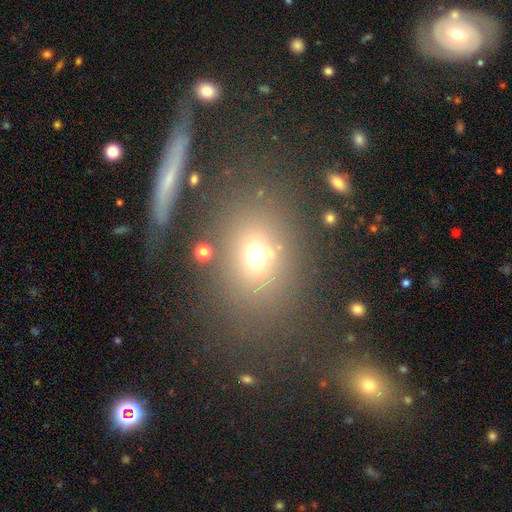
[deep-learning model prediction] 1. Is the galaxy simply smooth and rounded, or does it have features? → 65% smooth, 21% star or artifact, 14% featured or disk.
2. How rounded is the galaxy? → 54% in between, 44% round, 2% cigar-shaped.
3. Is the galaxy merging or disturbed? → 69% none, 12% minor disturbance, 9% merger, 9% major disturbance.